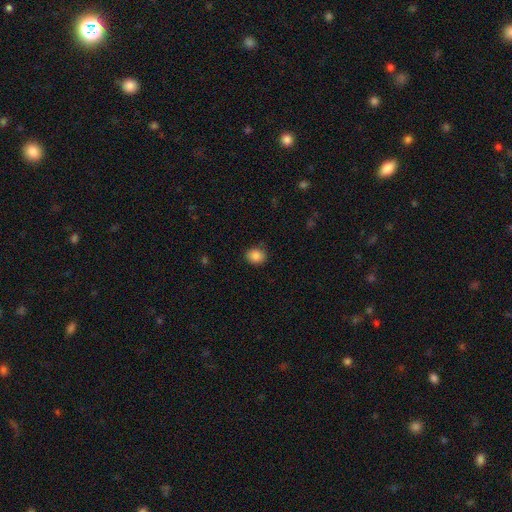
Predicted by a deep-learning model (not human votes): Morphology: type=smooth (86%); roundness=round (65%); merging=none (85%).